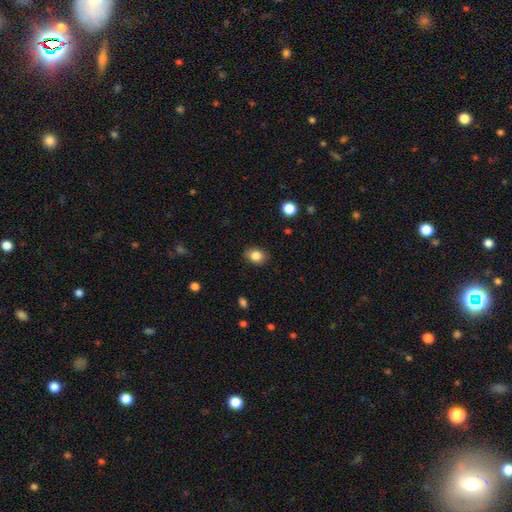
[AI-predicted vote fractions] smooth 85%, star or artifact 9%, featured or disk 6%. Down the decision tree: how rounded — in between (60%); merging — none (86%).